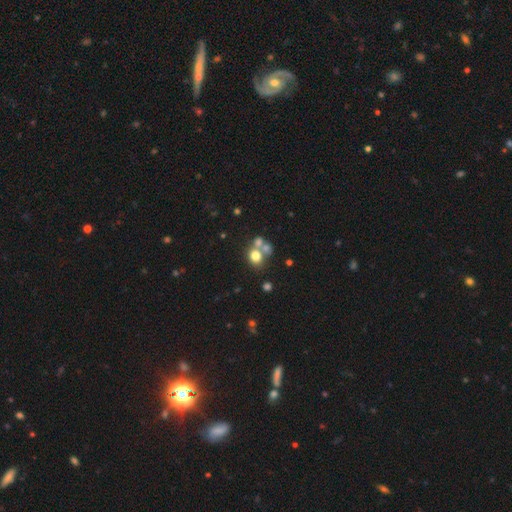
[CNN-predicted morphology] Q: Smooth or featured?
A: smooth (72%); runner-up: featured or disk (15%)
Q: How rounded?
A: round (70%); runner-up: in between (29%)
Q: Merging?
A: none (43%); tied with: merger (43%)